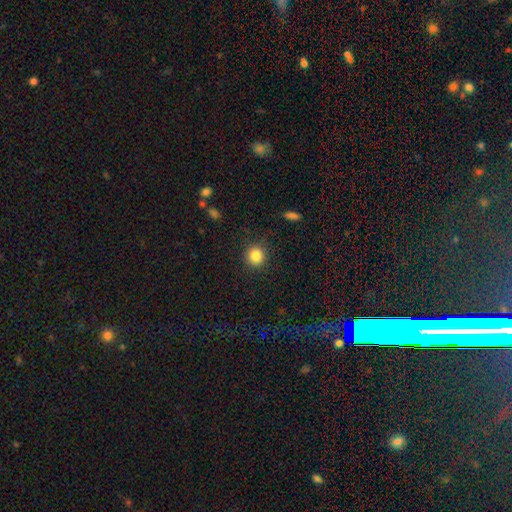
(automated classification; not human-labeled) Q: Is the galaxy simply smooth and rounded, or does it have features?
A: smooth — 85%.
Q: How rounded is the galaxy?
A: round — 92%.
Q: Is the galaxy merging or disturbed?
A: none — 89%.